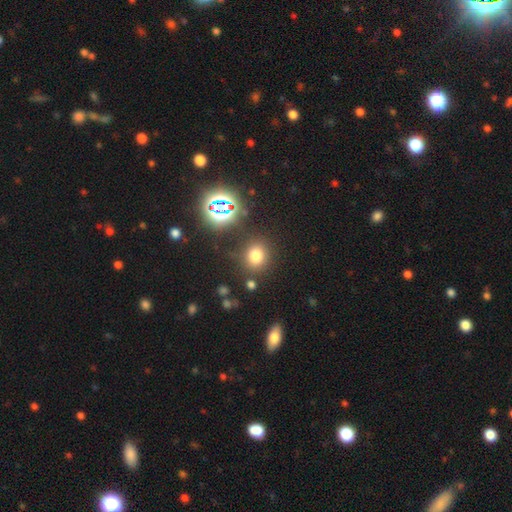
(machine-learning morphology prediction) The model was most divided on "how rounded": round: 73%, in between: 25%, cigar-shaped: 1%. More confident: merging — none (80%); smooth or featured — smooth (71%).